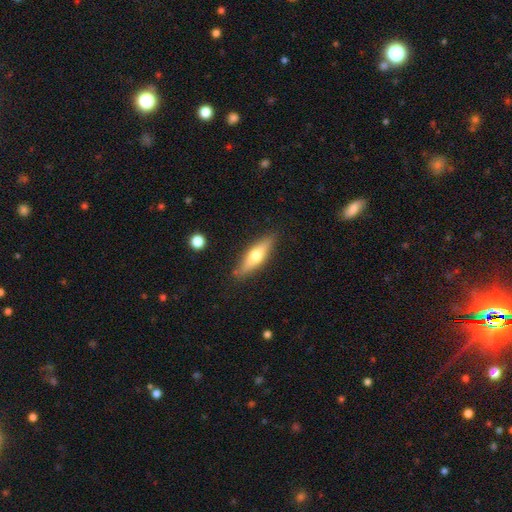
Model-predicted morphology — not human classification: A smooth galaxy with no disk features (51%) that is cigar-shaped (62%).

Vote fractions:
- Smooth or featured? smooth: 51% / featured or disk: 43% / star or artifact: 6%
- How rounded? cigar-shaped: 62% / in between: 35% / round: 2%
- Merging? none: 84% / minor disturbance: 11% / major disturbance: 2% / merger: 2%